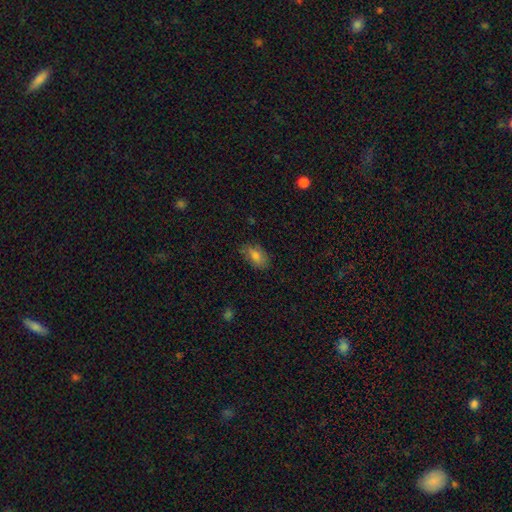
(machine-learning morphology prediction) type=smooth (78%); roundness=in between (90%); merging=none (73%).